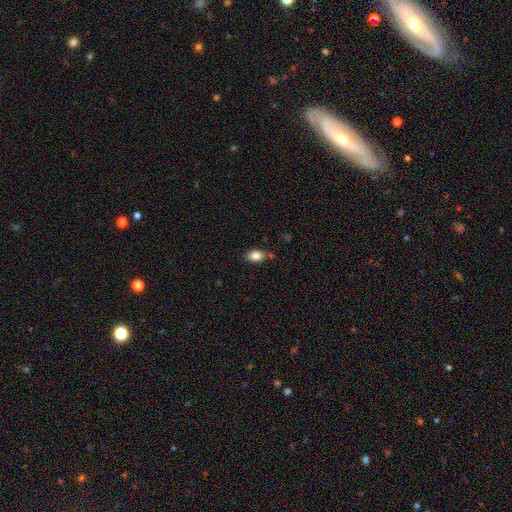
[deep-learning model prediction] smooth_or_featured: smooth (p=0.84) [alt: star or artifact p=0.09]
how_rounded: in between (p=0.84) [alt: round p=0.14]
merging: none (p=0.76) [alt: minor disturbance p=0.16]